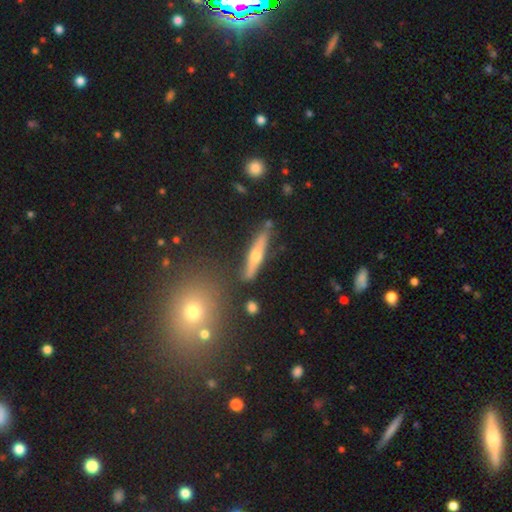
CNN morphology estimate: A featured or disk galaxy (63%) viewed edge-on (91%) with a rounded central bulge (93%). Merging: none (85%).